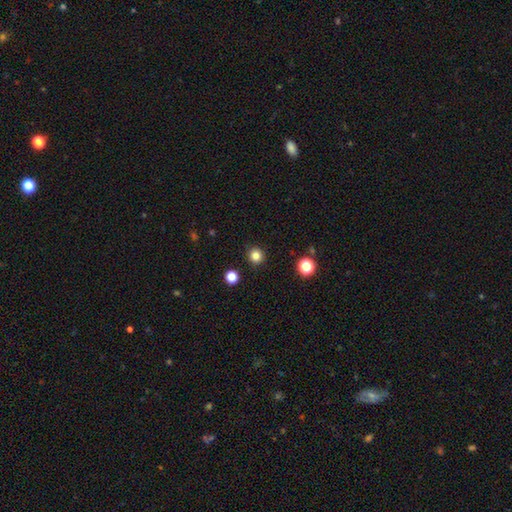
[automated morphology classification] Smooth or featured?
  - smooth: 83% *
  - star or artifact: 13%
  - featured or disk: 4%
How rounded?
  - round: 95% *
  - in between: 4%
  - cigar-shaped: 1%
Merging?
  - none: 92% *
  - minor disturbance: 5%
  - major disturbance: 2%
  - merger: 1%